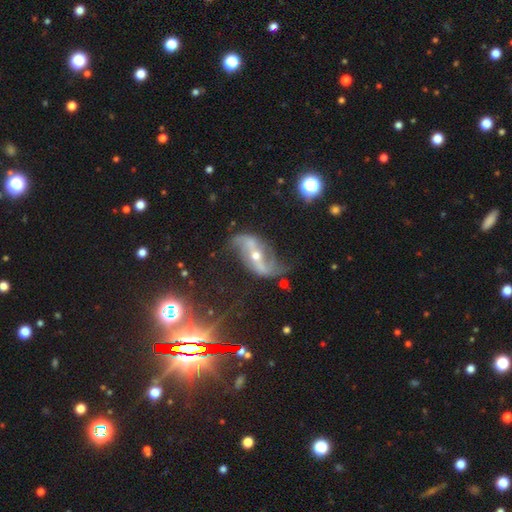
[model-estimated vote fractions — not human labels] Smooth or featured?
  - featured or disk: 87% *
  - star or artifact: 9%
  - smooth: 5%
Edge-on disk?
  - no: 94% *
  - yes: 6%
Bar?
  - strong: 50% *
  - weak: 26%
  - no: 24%
Spiral arms?
  - yes: 95% *
  - no: 5%
Spiral winding?
  - loose: 78% *
  - medium: 17%
  - tight: 5%
Spiral arm count?
  - 2: 92% *
  - can't tell: 3%
  - 1: 2%
  - 3: 1%
  - 4: 1%
  - more than 4: 1%
Bulge size?
  - small: 50% *
  - moderate: 46%
  - large: 2%
  - none: 1%
  - dominant: 1%
Merging?
  - none: 66% *
  - minor disturbance: 19%
  - major disturbance: 11%
  - merger: 4%